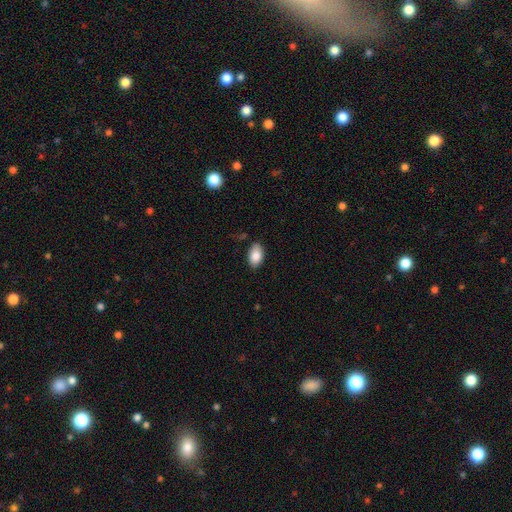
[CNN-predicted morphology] smooth-or-featured: smooth: 87% | star or artifact: 7% | featured or disk: 6%
  how-rounded: in between: 93% | round: 5% | cigar-shaped: 2%
  merging: none: 83% | minor disturbance: 13% | major disturbance: 2% | merger: 2%